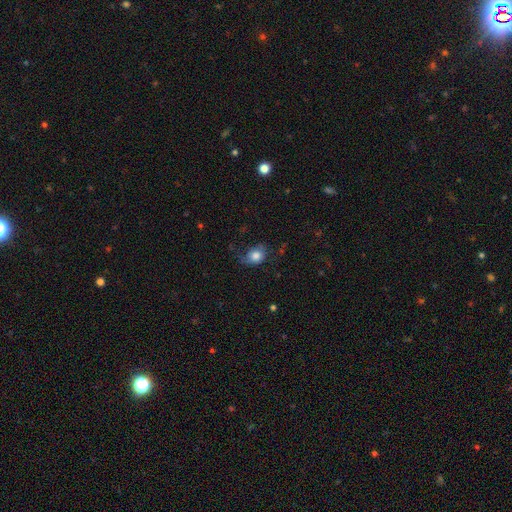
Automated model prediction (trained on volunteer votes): smooth-or-featured: smooth: 79% | featured or disk: 12% | star or artifact: 9%
  how-rounded: round: 51% | in between: 48% | cigar-shaped: 1%
  merging: none: 49% | minor disturbance: 32% | major disturbance: 17% | merger: 2%